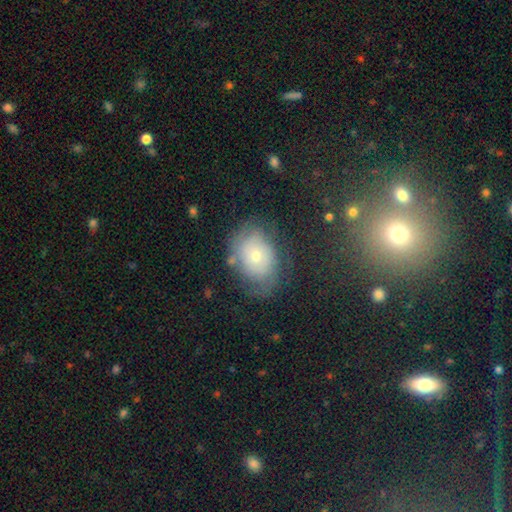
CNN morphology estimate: Overall: smooth (47%; featured or disk 42%). Merging: none (58%; minor disturbance 25%).